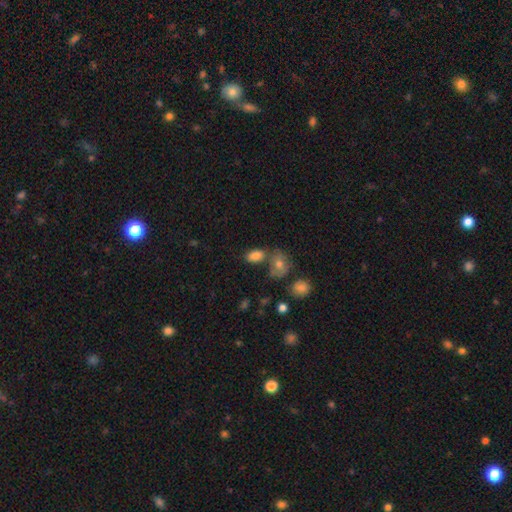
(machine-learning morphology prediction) A smooth galaxy with no disk features (83%) that is in between round and cigar-shaped (88%). Merging: none (56%).